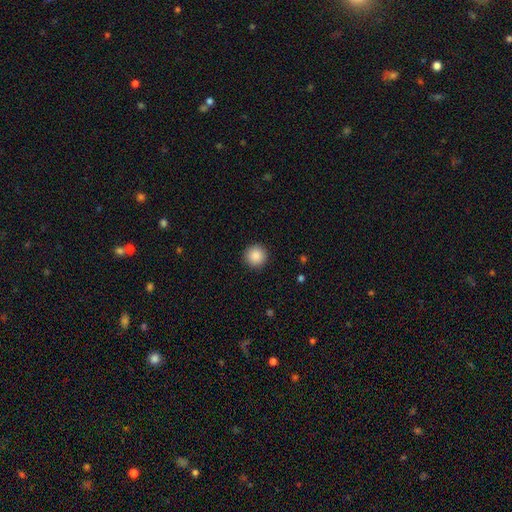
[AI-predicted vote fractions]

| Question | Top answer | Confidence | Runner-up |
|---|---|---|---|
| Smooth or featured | smooth | 88% | star or artifact (9%) |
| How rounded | round | 95% | in between (4%) |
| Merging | none | 92% | minor disturbance (5%) |